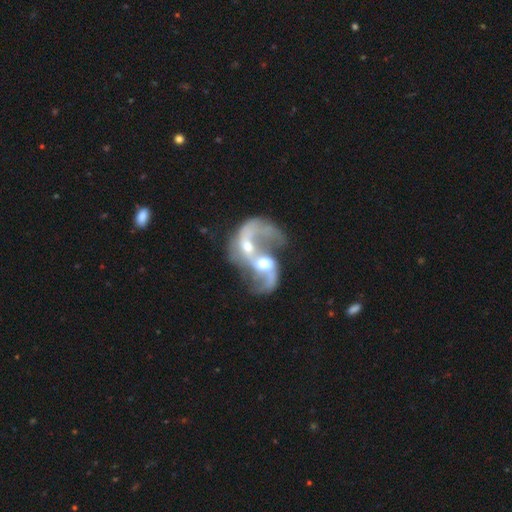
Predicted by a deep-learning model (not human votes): Smooth or featured?
  - featured or disk: 82% *
  - smooth: 12%
  - star or artifact: 7%
Edge-on disk?
  - no: 97% *
  - yes: 3%
Bar?
  - no: 52% *
  - weak: 32%
  - strong: 16%
Spiral arms?
  - yes: 84% *
  - no: 16%
Spiral winding?
  - loose: 64% *
  - medium: 28%
  - tight: 7%
Spiral arm count?
  - 2: 67% *
  - 1: 15%
  - can't tell: 10%
  - 3: 5%
  - 4: 2%
  - more than 4: 2%
Bulge size?
  - moderate: 58% *
  - small: 28%
  - large: 7%
  - none: 4%
  - dominant: 2%
Merging?
  - merger: 82% *
  - none: 8%
  - major disturbance: 7%
  - minor disturbance: 4%